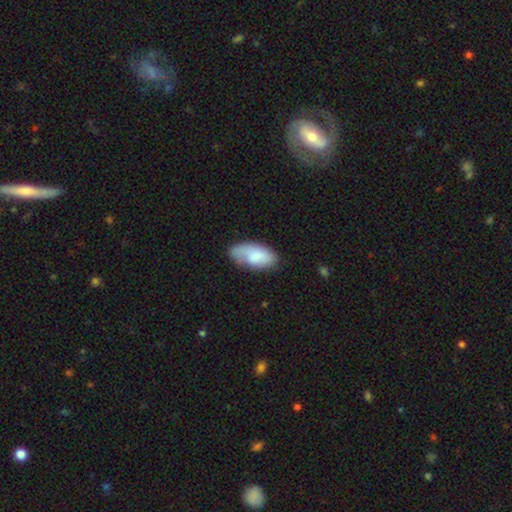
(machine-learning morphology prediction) smooth_or_featured: smooth (p=0.76) [alt: featured or disk p=0.18]
how_rounded: in between (p=0.94) [alt: cigar-shaped p=0.04]
merging: none (p=0.53) [alt: minor disturbance p=0.31]